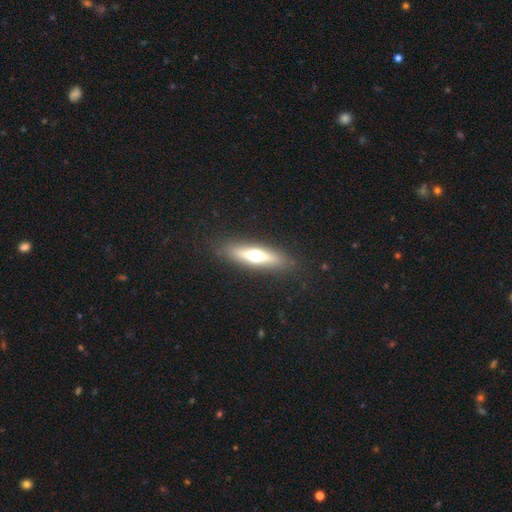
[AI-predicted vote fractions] This is possibly a featured or disk galaxy (54%). It is clearly viewed edge-on (87%). Merging: clearly none (87%).